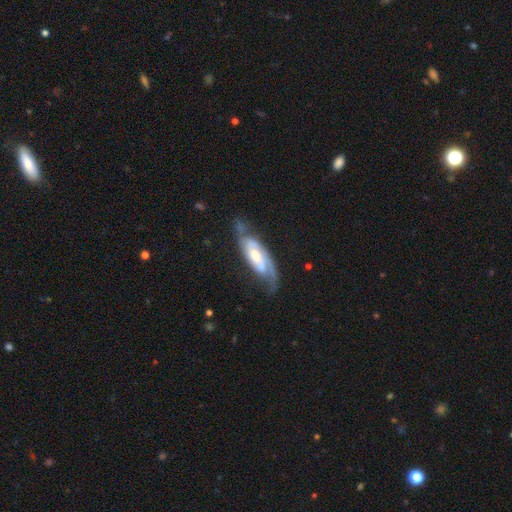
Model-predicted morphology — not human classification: Smooth or featured: featured or disk — 82% (smooth — 13%)
Edge-on disk: no — 87% (yes — 13%)
Bar: no — 42% (weak — 39%)
Spiral arms: yes — 95% (no — 5%)
Spiral winding: medium — 44% (tight — 41%)
Spiral arm count: 2 — 74% (can't tell — 13%)
Bulge size: moderate — 51% (small — 31%)
Merging: none — 62% (minor disturbance — 23%)